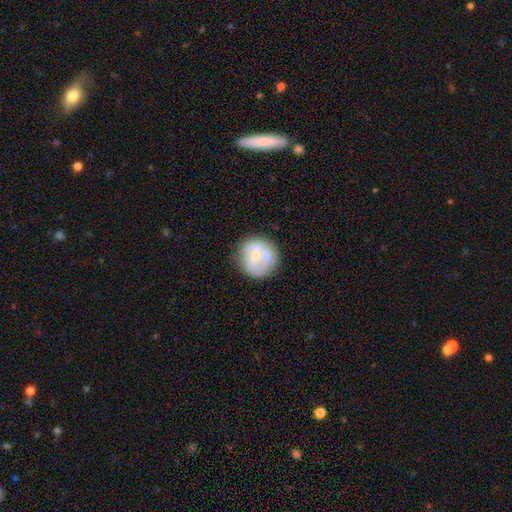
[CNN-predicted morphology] A featured or disk galaxy (49%).

Vote fractions:
- Smooth or featured? featured or disk: 49% / smooth: 45% / star or artifact: 7%
- Merging? none: 73% / minor disturbance: 17% / major disturbance: 7% / merger: 3%